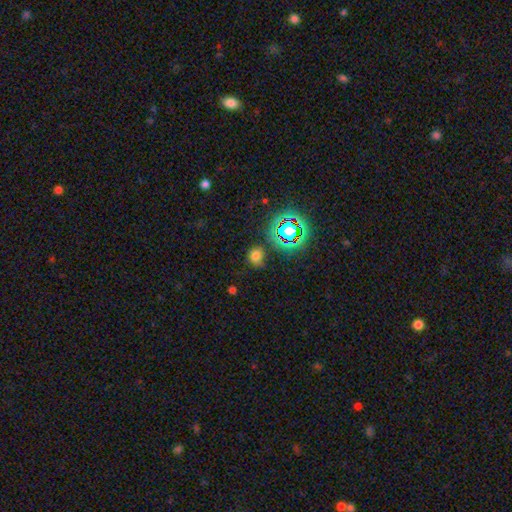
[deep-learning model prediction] Smooth or featured?
  - smooth: 64% *
  - star or artifact: 29%
  - featured or disk: 8%
How rounded?
  - round: 70% *
  - in between: 28%
  - cigar-shaped: 1%
Merging?
  - none: 69% *
  - minor disturbance: 19%
  - major disturbance: 7%
  - merger: 5%